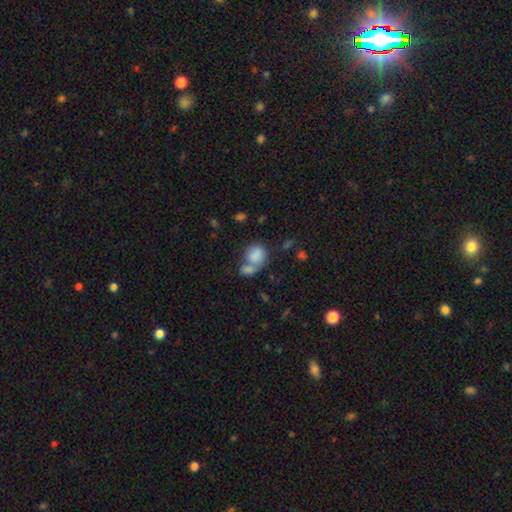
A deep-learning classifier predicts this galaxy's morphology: smooth_or_featured: smooth (p=0.82) [alt: featured or disk p=0.10]
how_rounded: round (p=0.50) [alt: in between p=0.49]
merging: merger (p=0.54) [alt: none p=0.30]